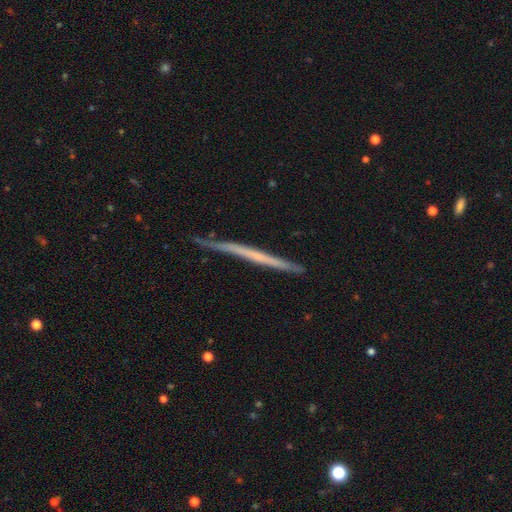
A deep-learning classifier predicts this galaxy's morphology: The model was most divided on "smooth or featured": featured or disk: 59%, smooth: 35%, star or artifact: 6%. More confident: edge-on disk — yes (97%); edge-on bulge — none (90%); merging — none (80%).